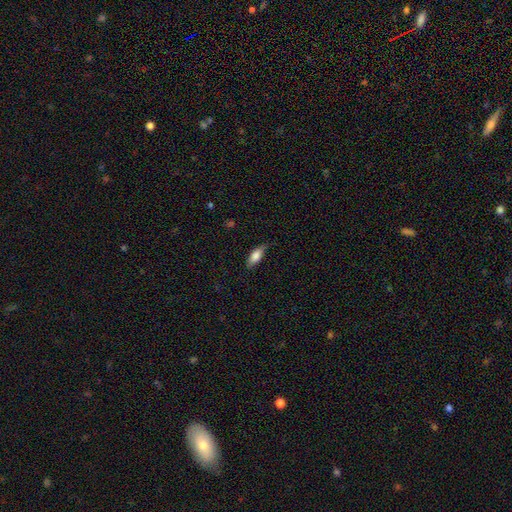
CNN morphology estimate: Smooth or featured? Predicted: smooth (p=0.81). How rounded? Predicted: in between (p=0.75). Merging? Predicted: none (p=0.69).